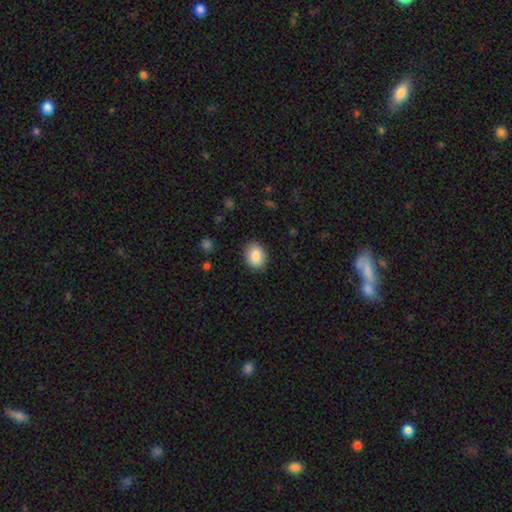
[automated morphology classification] smooth 87%, star or artifact 7%, featured or disk 6%. Down the decision tree: how rounded — in between (61%); merging — none (87%).